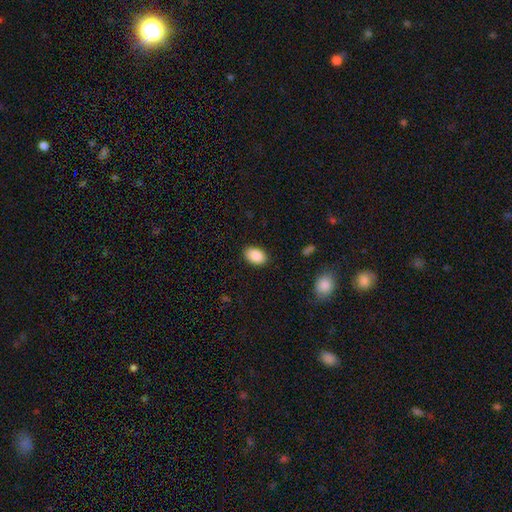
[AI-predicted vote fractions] This is clearly a smooth galaxy (88%). How rounded: clearly in between (88%). Merging: clearly none (89%).